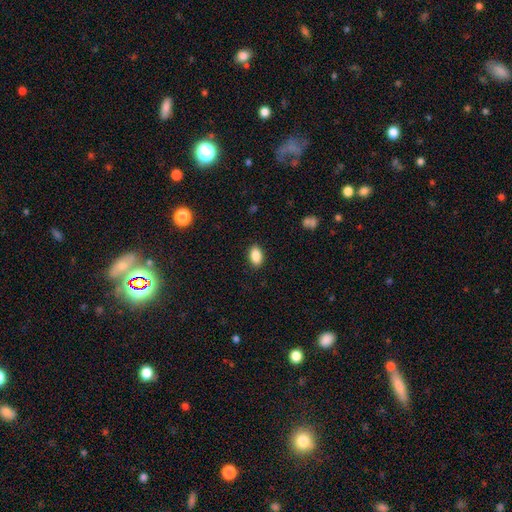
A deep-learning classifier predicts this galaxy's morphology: Q: Smooth or featured?
A: smooth (88%); runner-up: star or artifact (8%)
Q: How rounded?
A: in between (91%); runner-up: round (7%)
Q: Merging?
A: none (89%); runner-up: minor disturbance (8%)